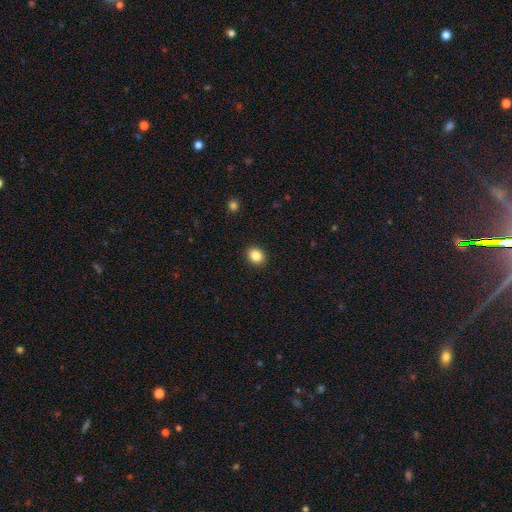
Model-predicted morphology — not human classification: A smooth galaxy with no disk features (86%) that is round (62%).

Vote fractions:
- Smooth or featured? smooth: 86% / star or artifact: 10% / featured or disk: 4%
- How rounded? round: 62% / in between: 37% / cigar-shaped: 1%
- Merging? none: 92% / minor disturbance: 6% / major disturbance: 2% / merger: 1%